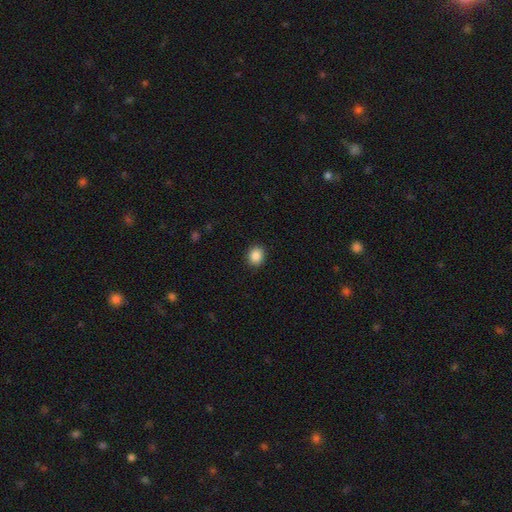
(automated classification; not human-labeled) Smooth or featured?
  - smooth: 88% *
  - star or artifact: 9%
  - featured or disk: 3%
How rounded?
  - round: 68% *
  - in between: 31%
  - cigar-shaped: 1%
Merging?
  - none: 91% *
  - minor disturbance: 6%
  - major disturbance: 2%
  - merger: 1%